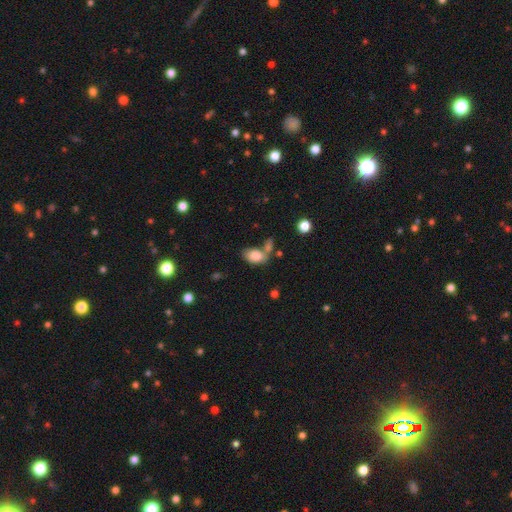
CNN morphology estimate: Smooth or featured?
  - smooth: 85% *
  - star or artifact: 8%
  - featured or disk: 7%
How rounded?
  - in between: 90% *
  - round: 9%
  - cigar-shaped: 2%
Merging?
  - none: 43% *
  - merger: 32%
  - minor disturbance: 17%
  - major disturbance: 8%